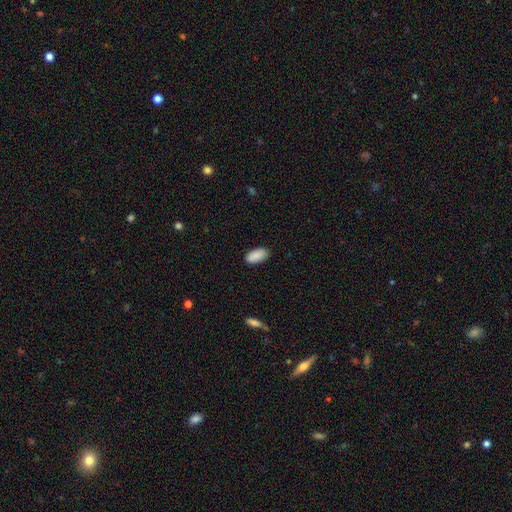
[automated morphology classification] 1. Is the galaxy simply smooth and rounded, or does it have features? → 89% smooth, 7% star or artifact, 4% featured or disk.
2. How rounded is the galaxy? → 93% in between, 5% cigar-shaped, 2% round.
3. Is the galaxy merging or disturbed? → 86% none, 11% minor disturbance, 2% major disturbance, 1% merger.